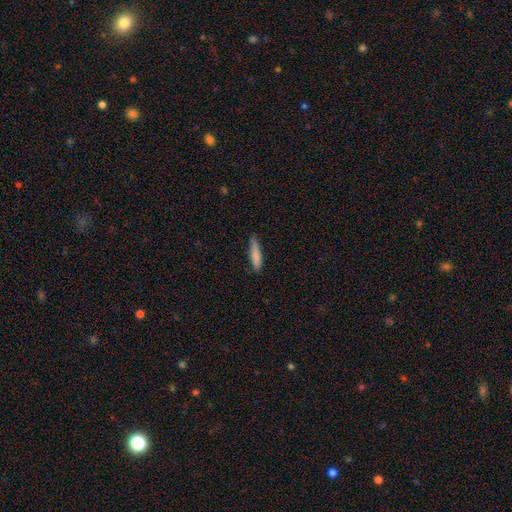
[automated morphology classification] Q: Smooth or featured?
A: smooth (79%); runner-up: featured or disk (14%)
Q: How rounded?
A: cigar-shaped (85%); runner-up: in between (14%)
Q: Merging?
A: none (80%); runner-up: minor disturbance (16%)